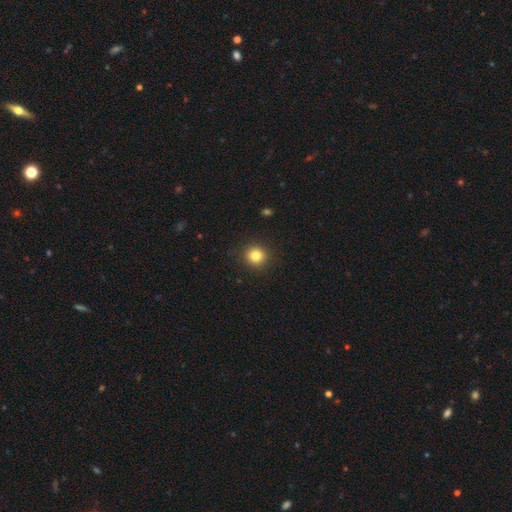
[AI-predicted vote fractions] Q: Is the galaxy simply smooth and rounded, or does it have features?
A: smooth — 82%.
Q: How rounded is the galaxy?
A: round — 93%.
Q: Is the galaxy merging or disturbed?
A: none — 92%.